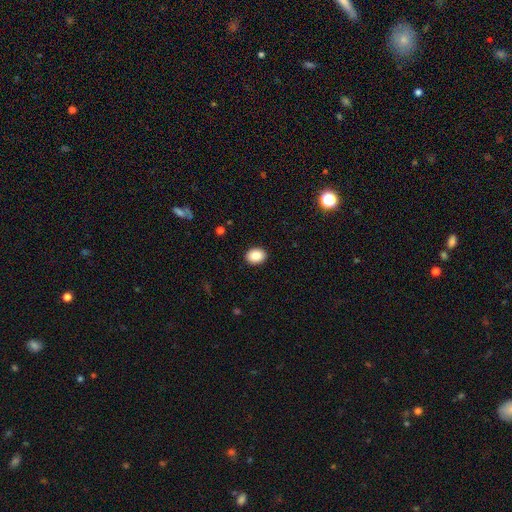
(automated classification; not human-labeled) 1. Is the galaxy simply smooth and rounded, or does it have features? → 87% smooth, 8% star or artifact, 5% featured or disk.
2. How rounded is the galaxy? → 58% in between, 41% round, 1% cigar-shaped.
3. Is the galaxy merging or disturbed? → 91% none, 6% minor disturbance, 2% major disturbance, 1% merger.